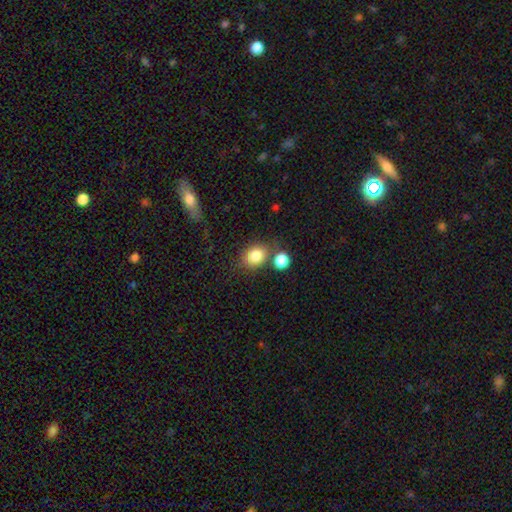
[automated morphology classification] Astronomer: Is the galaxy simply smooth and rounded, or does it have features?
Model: smooth — 83%.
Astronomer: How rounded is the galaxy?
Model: round — 54% (runner-up: in between, 45%).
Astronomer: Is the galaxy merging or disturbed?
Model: none — 66%.